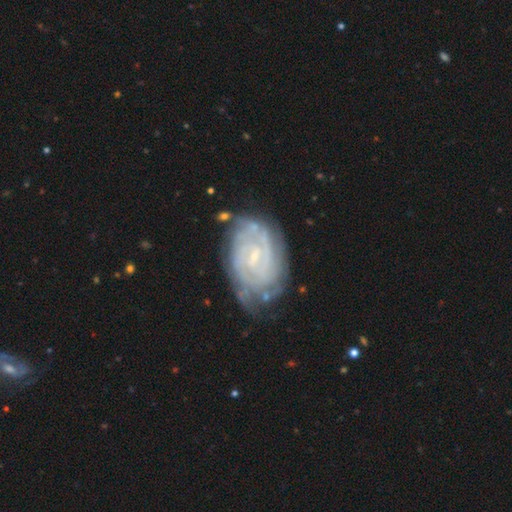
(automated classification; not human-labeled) A featured or disk galaxy (81%) with a weak bar (45%), tight (75%) spiral arms (95%) and a small central bulge (73%).

Vote fractions:
- Smooth or featured? featured or disk: 81% / smooth: 10% / star or artifact: 8%
- Edge-on disk? no: 97% / yes: 3%
- Bar? weak: 45% / no: 42% / strong: 13%
- Spiral arms? yes: 95% / no: 5%
- Spiral winding? tight: 75% / medium: 21% / loose: 5%
- Spiral arm count? can't tell: 38% / 2: 23% / 3: 14% / 4: 12% / more than 4: 7% / 1: 6%
- Bulge size? small: 73% / moderate: 15% / none: 9% / large: 1% / dominant: 1%
- Merging? none: 68% / minor disturbance: 22% / major disturbance: 8% / merger: 2%